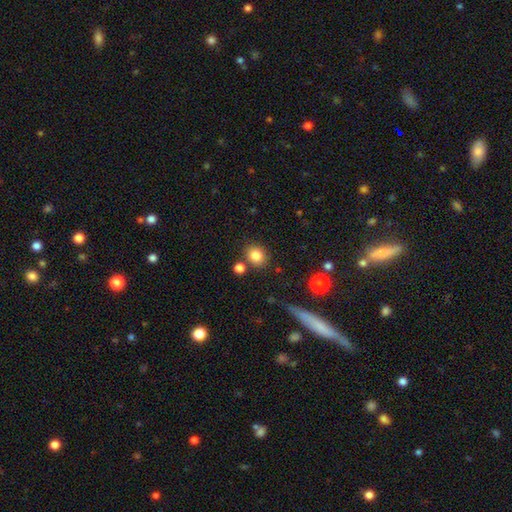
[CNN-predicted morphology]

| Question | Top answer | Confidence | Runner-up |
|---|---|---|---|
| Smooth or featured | smooth | 82% | star or artifact (11%) |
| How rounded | round | 73% | in between (26%) |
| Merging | none | 79% | minor disturbance (9%) |